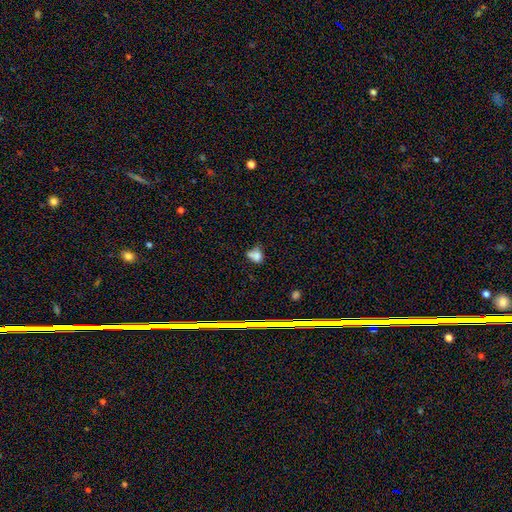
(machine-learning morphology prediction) The model was most divided on "merging": none: 39%, minor disturbance: 30%, merger: 18%, major disturbance: 13%. More confident: smooth or featured — smooth (72%); how rounded — in between (58%).